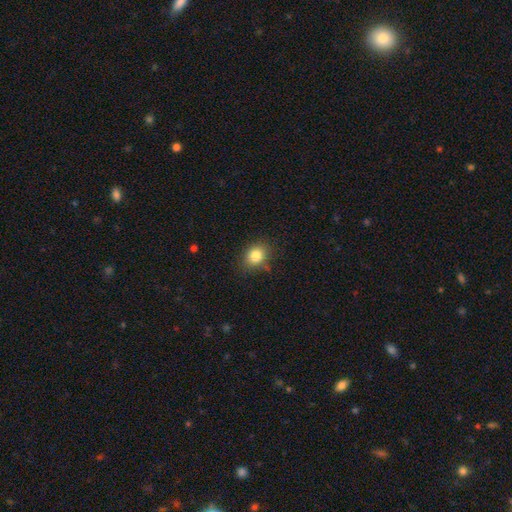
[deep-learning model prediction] Smooth or featured? Predicted: smooth (p=0.83). How rounded? Predicted: round (p=0.57). Merging? Predicted: none (p=0.81).